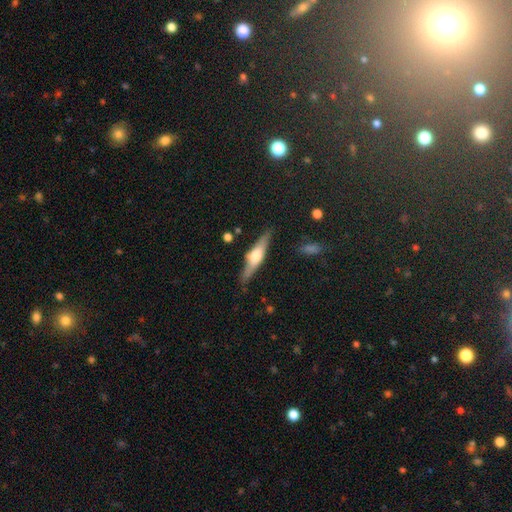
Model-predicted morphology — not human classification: A featured or disk galaxy (64%) viewed edge-on (95%) with a rounded central bulge (86%).

Vote fractions:
- Smooth or featured? featured or disk: 64% / smooth: 31% / star or artifact: 6%
- Edge-on disk? yes: 95% / no: 5%
- Edge-on bulge? rounded: 86% / boxy: 11% / none: 3%
- Merging? none: 82% / minor disturbance: 13% / major disturbance: 3% / merger: 2%